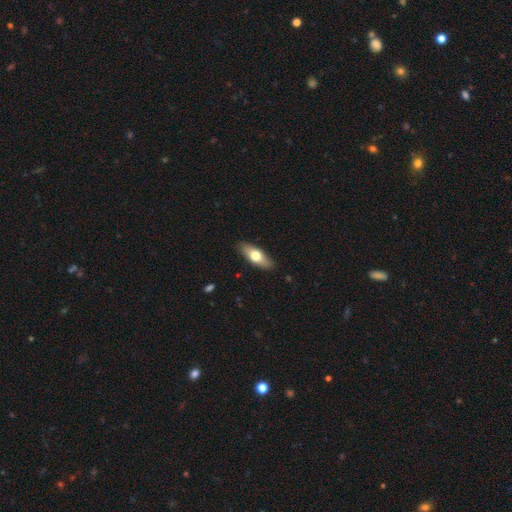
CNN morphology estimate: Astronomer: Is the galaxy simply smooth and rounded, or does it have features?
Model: smooth — 63%.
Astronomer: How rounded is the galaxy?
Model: in between — 69%.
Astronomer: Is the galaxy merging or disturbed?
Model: none — 87%.